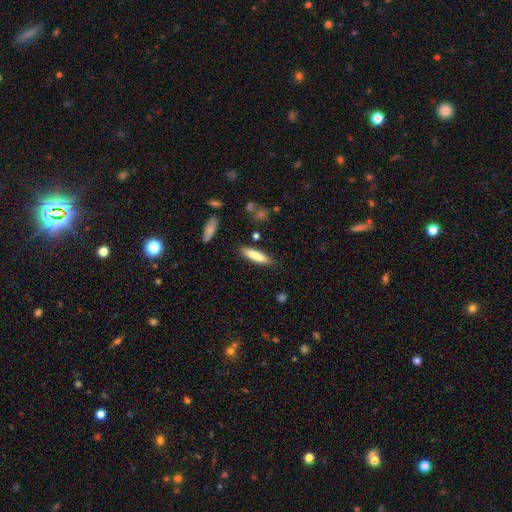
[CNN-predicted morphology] Smooth or featured: smooth — 81% (featured or disk — 13%)
How rounded: cigar-shaped — 79% (in between — 20%)
Merging: none — 85% (minor disturbance — 11%)